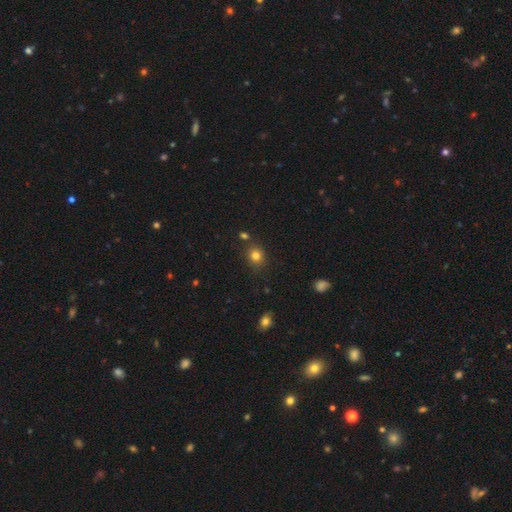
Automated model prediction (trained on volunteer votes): smooth-or-featured: smooth: 80% | star or artifact: 13% | featured or disk: 6%
  how-rounded: round: 77% | in between: 22% | cigar-shaped: 1%
  merging: none: 82% | minor disturbance: 10% | merger: 5% | major disturbance: 3%